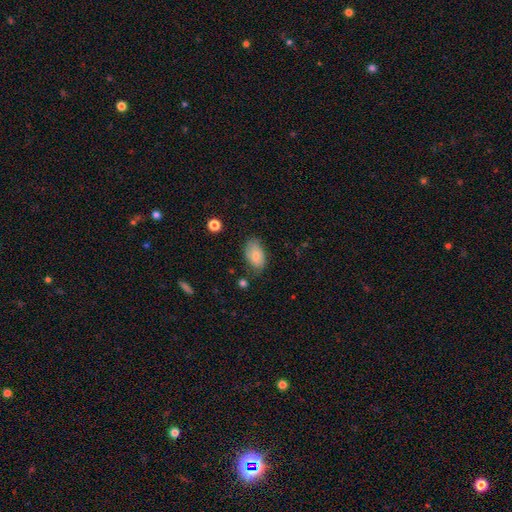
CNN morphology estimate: This is likely a smooth galaxy (77%). How rounded: clearly in between (92%). Merging: likely none (69%).